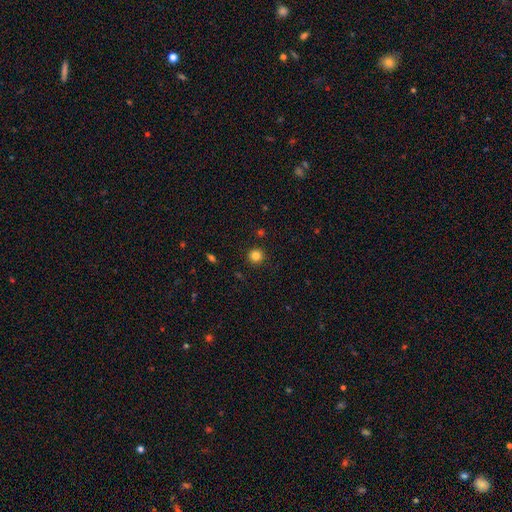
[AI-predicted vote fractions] This is clearly a smooth galaxy (82%). How rounded: clearly round (95%). Merging: clearly none (92%).